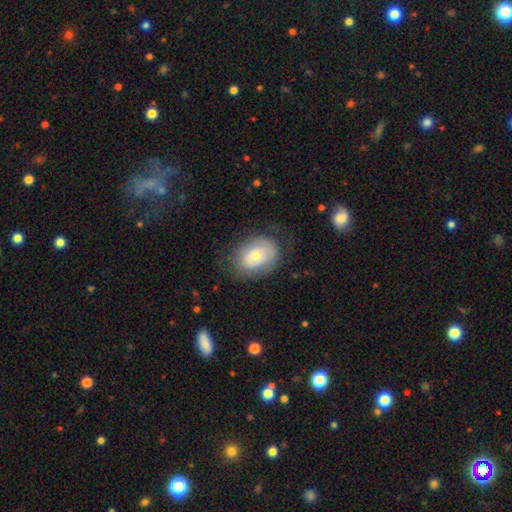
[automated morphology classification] The model was most divided on "smooth or featured": smooth: 60%, featured or disk: 33%, star or artifact: 8%. More confident: merging — none (70%); how rounded — in between (65%).